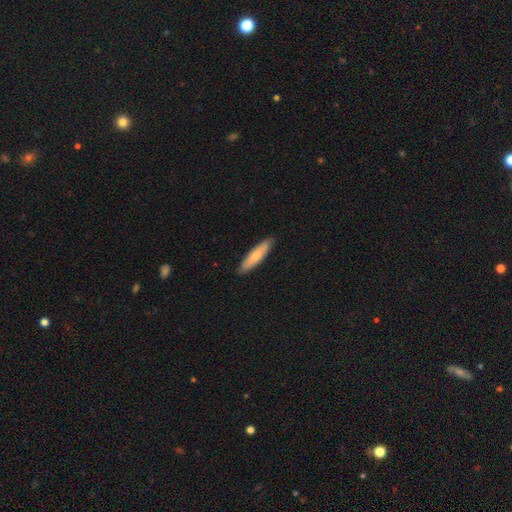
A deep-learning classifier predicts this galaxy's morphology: Smooth or featured?
  - smooth: 71% *
  - featured or disk: 24%
  - star or artifact: 5%
How rounded?
  - cigar-shaped: 78% *
  - in between: 21%
  - round: 1%
Merging?
  - none: 90% *
  - minor disturbance: 8%
  - major disturbance: 1%
  - merger: 1%